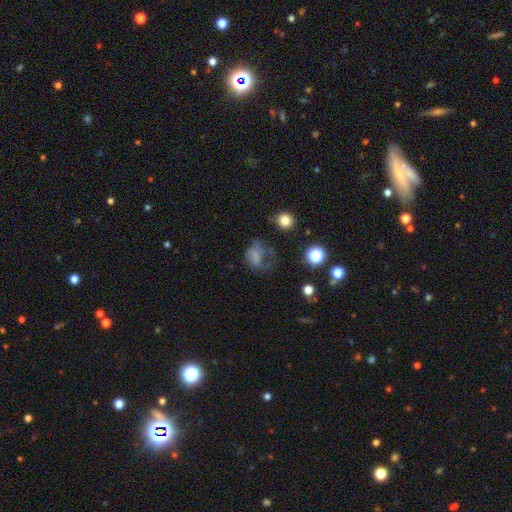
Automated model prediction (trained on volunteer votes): Smooth or featured? Predicted: smooth (p=0.53). How rounded? Predicted: in between (p=0.59). Merging? Predicted: major disturbance (p=0.45).